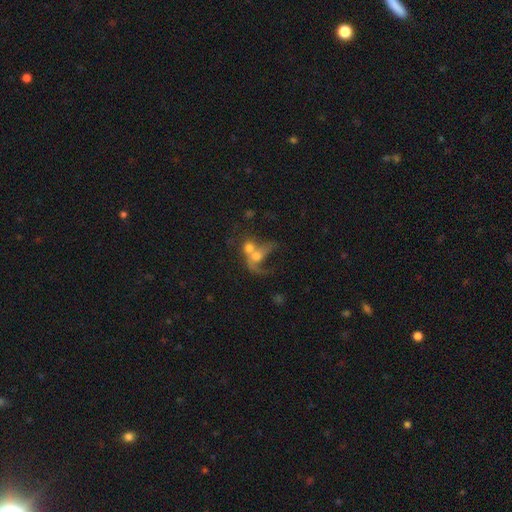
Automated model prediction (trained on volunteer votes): Smooth or featured? featured or disk (48%)
Merging? merger (70%)